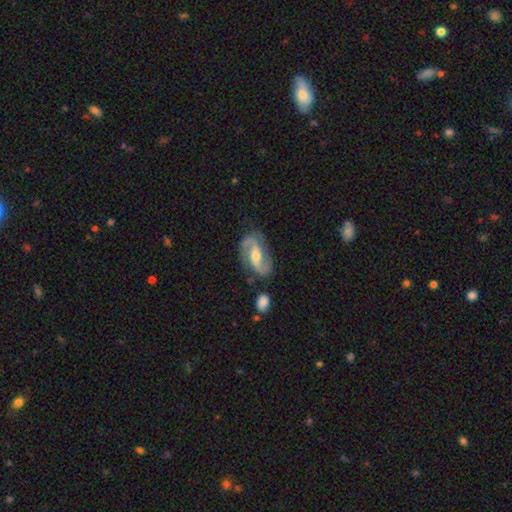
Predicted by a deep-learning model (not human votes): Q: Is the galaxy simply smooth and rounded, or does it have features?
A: featured or disk — 87%.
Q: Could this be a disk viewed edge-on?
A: no — 96%.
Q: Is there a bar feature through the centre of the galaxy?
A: weak — 42%.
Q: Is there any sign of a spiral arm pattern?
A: yes — 96%.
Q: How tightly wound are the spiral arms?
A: medium — 44%.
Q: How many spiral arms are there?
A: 2 — 93%.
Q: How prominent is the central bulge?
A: moderate — 64%.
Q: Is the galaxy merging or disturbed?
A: none — 78%.